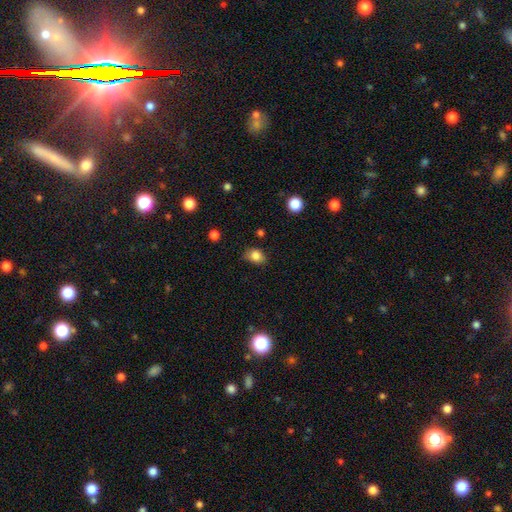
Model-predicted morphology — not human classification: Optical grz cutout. It shows a smooth galaxy with no disk features (84%) that is in between round and cigar-shaped (56%). Merging: none (66%).